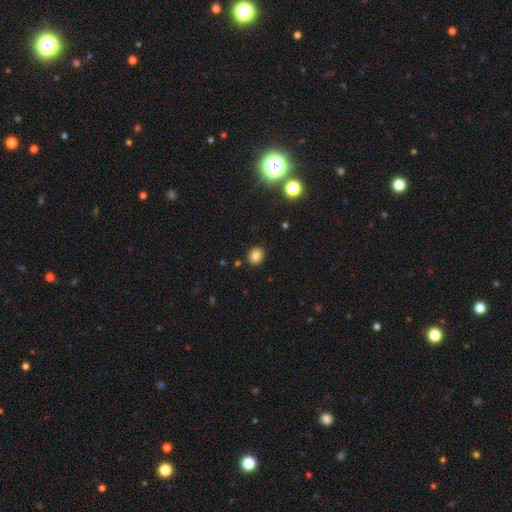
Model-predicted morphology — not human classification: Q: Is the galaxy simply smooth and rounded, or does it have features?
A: smooth — 83%.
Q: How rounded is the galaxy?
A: round — 66%.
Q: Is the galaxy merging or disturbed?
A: none — 88%.